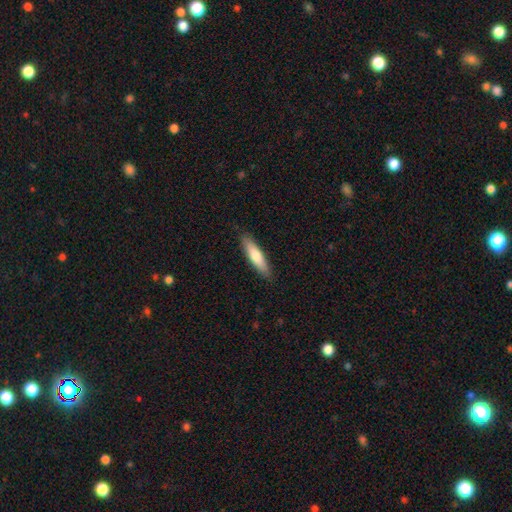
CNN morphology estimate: Overall: smooth (71%). How rounded: cigar-shaped (78%). Merging: none (88%).